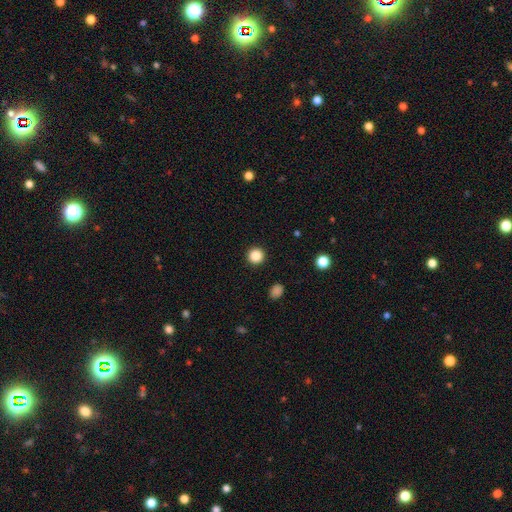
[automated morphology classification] The model was most divided on "smooth or featured": smooth: 86%, star or artifact: 11%, featured or disk: 3%. More confident: how rounded — round (96%); merging — none (93%).